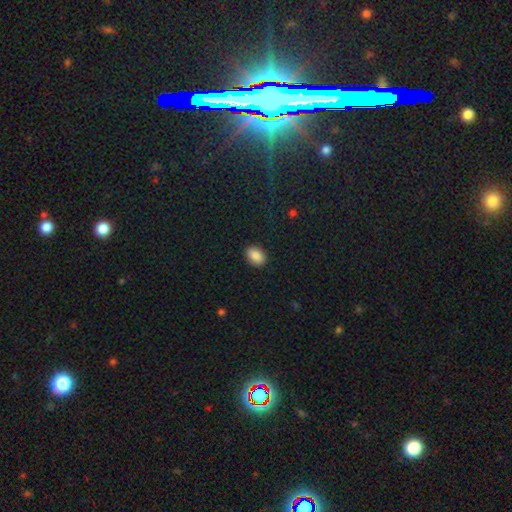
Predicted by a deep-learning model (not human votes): Smooth or featured? Predicted: smooth (p=0.89). How rounded? Predicted: in between (p=0.85). Merging? Predicted: none (p=0.90).